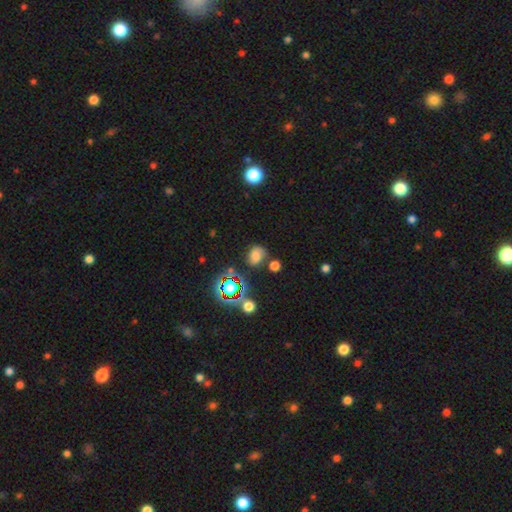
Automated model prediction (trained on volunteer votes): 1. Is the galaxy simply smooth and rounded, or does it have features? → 56% smooth, 25% star or artifact, 19% featured or disk.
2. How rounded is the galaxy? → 52% in between, 46% round, 1% cigar-shaped.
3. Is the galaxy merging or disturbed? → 61% none, 21% minor disturbance, 9% merger, 9% major disturbance.